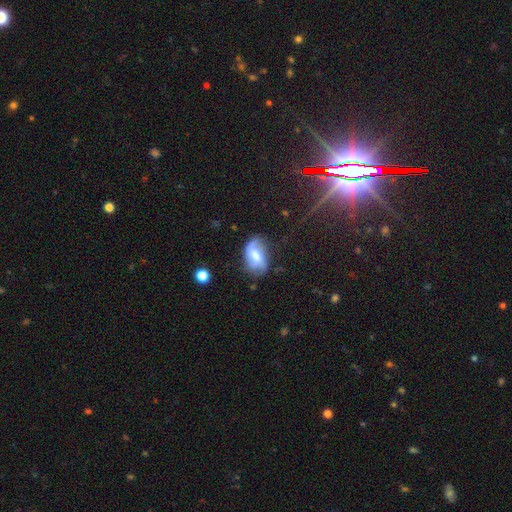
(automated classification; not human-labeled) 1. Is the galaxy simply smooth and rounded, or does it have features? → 61% featured or disk, 30% smooth, 9% star or artifact.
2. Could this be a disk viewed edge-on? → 96% no, 4% yes.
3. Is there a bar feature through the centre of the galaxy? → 48% weak, 32% no, 21% strong.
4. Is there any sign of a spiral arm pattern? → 87% yes, 13% no.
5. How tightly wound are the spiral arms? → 57% loose, 31% medium, 12% tight.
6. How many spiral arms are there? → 75% 2, 11% can't tell, 6% 1, 4% 3, 2% 4, 1% more than 4.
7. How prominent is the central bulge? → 51% moderate, 25% small, 14% large, 7% none, 2% dominant.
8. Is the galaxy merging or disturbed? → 59% none, 26% minor disturbance, 12% major disturbance, 3% merger.